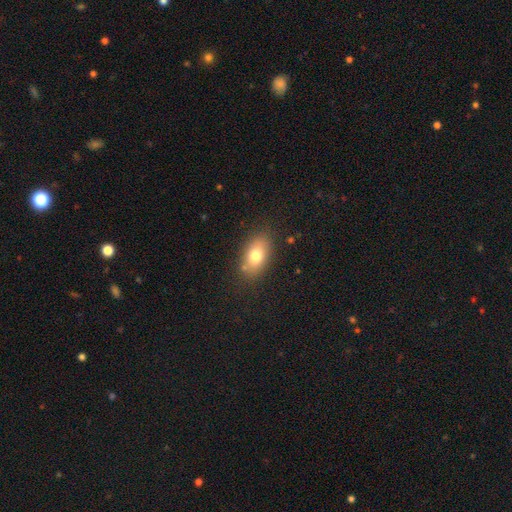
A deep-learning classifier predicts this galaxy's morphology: Smooth or featured: smooth — 76% (featured or disk — 15%)
How rounded: in between — 87% (round — 10%)
Merging: none — 80% (minor disturbance — 13%)